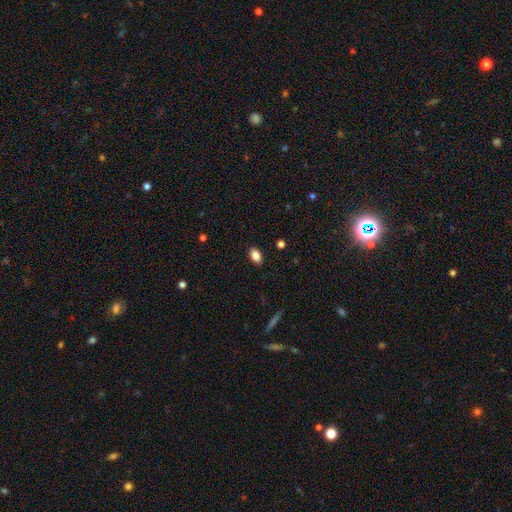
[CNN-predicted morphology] A smooth galaxy with no disk features (85%) that is in between round and cigar-shaped (88%). Merging: none (88%).